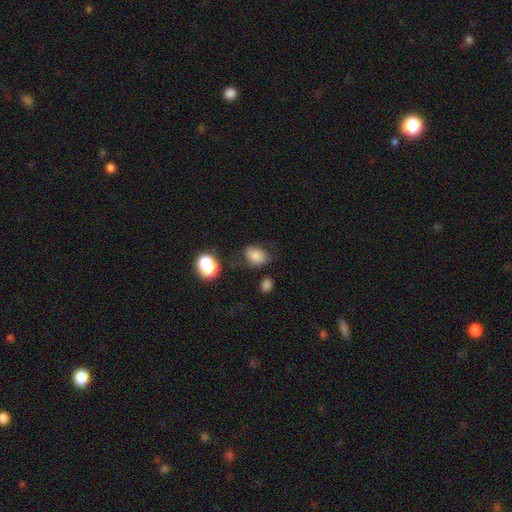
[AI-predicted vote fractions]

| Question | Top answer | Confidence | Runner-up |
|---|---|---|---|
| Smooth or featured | smooth | 79% | star or artifact (11%) |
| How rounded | in between | 77% | round (22%) |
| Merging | none | 60% | minor disturbance (24%) |